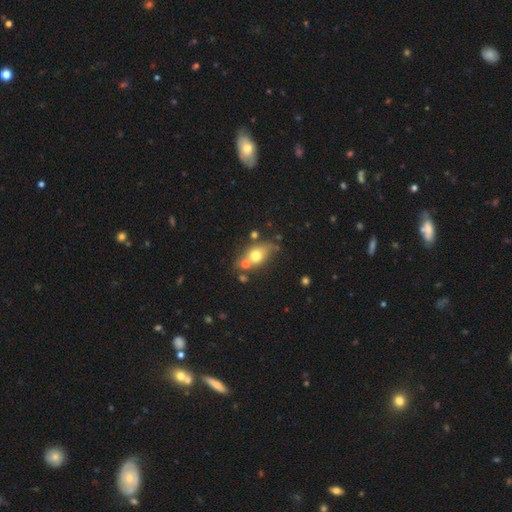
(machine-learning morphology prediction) The model was most divided on "how rounded": in between: 57%, round: 39%, cigar-shaped: 3%. Remaining: smooth or featured — smooth (67%); merging — none (48%).